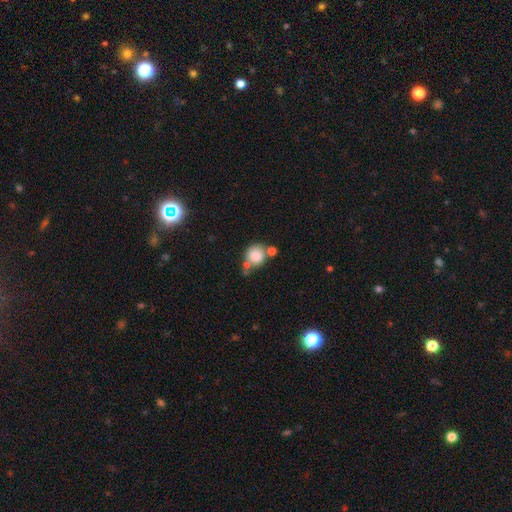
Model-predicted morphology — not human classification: Smooth or featured?
  - smooth: 83% *
  - star or artifact: 9%
  - featured or disk: 7%
How rounded?
  - round: 82% *
  - in between: 17%
  - cigar-shaped: 1%
Merging?
  - none: 48% *
  - merger: 29%
  - minor disturbance: 16%
  - major disturbance: 7%